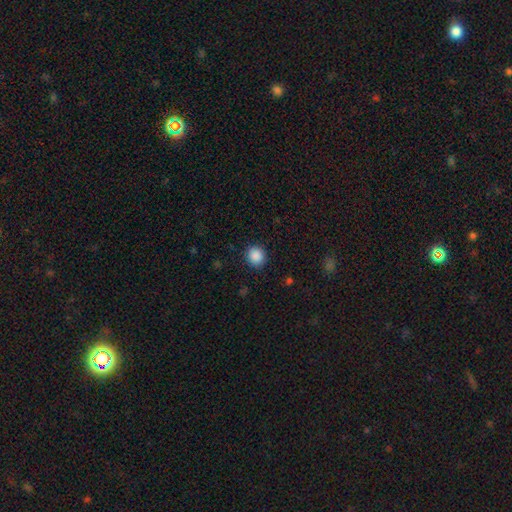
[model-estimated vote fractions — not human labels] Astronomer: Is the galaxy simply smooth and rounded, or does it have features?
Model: smooth — 88%.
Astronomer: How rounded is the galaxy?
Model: round — 85%.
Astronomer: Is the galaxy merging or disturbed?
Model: none — 89%.